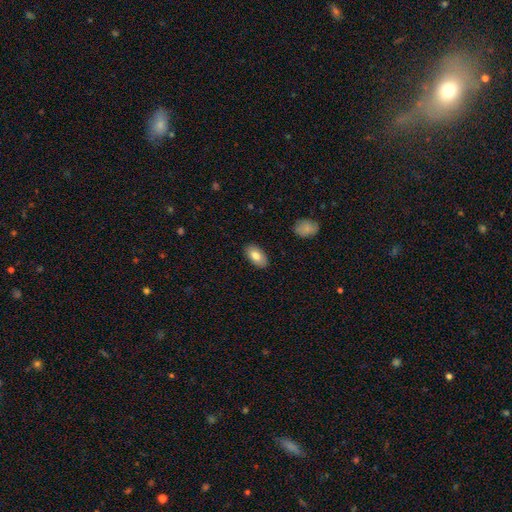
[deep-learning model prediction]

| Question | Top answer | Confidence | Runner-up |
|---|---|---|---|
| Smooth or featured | smooth | 80% | featured or disk (14%) |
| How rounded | in between | 94% | round (4%) |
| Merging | none | 88% | minor disturbance (9%) |